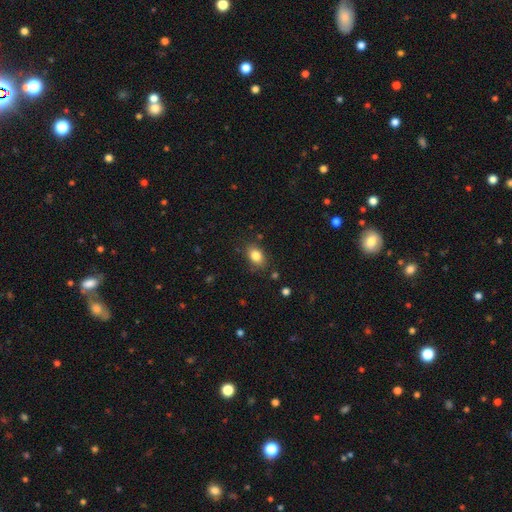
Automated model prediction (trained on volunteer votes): smooth-or-featured: smooth: 84% | star or artifact: 9% | featured or disk: 7%
  how-rounded: in between: 80% | round: 19% | cigar-shaped: 1%
  merging: none: 83% | minor disturbance: 12% | major disturbance: 3% | merger: 2%